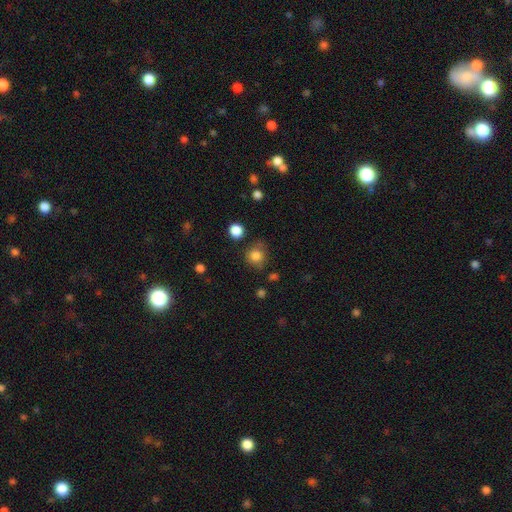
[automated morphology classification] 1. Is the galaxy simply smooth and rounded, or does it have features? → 82% smooth, 12% star or artifact, 6% featured or disk.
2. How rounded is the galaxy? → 85% round, 14% in between, 1% cigar-shaped.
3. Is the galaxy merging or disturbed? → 73% none, 17% minor disturbance, 5% major disturbance, 4% merger.